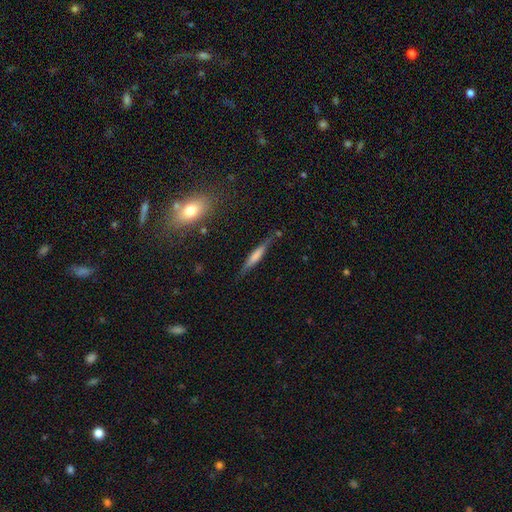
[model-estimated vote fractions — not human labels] Smooth or featured?
  - smooth: 49% *
  - featured or disk: 43%
  - star or artifact: 8%
Merging?
  - none: 81% *
  - minor disturbance: 13%
  - major disturbance: 3%
  - merger: 3%